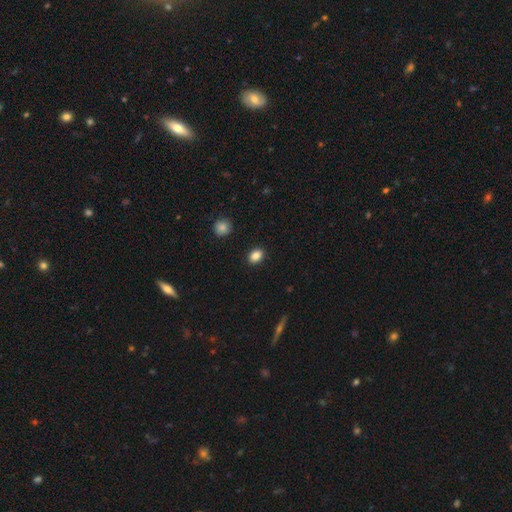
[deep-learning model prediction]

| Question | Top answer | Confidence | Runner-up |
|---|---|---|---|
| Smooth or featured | smooth | 86% | star or artifact (10%) |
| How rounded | in between | 66% | round (33%) |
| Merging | none | 90% | minor disturbance (7%) |